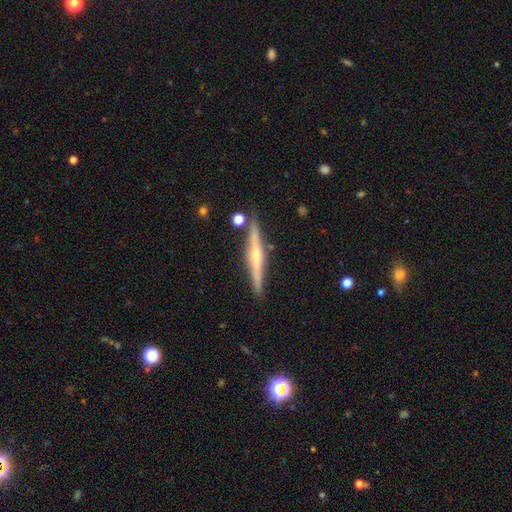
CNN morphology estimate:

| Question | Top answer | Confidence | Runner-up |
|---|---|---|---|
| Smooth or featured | featured or disk | 70% | smooth (23%) |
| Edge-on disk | yes | 97% | no (3%) |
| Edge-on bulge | rounded | 72% | none (20%) |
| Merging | none | 86% | minor disturbance (9%) |